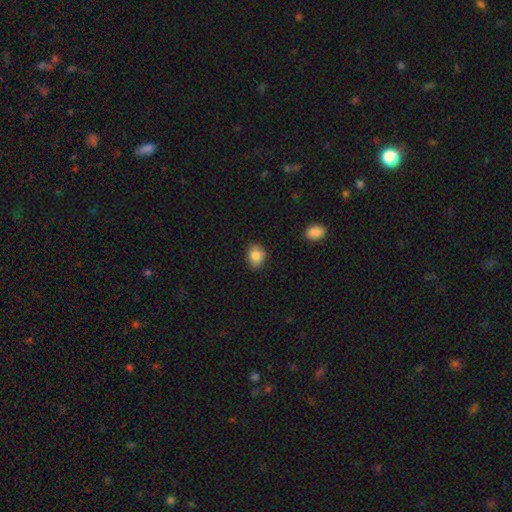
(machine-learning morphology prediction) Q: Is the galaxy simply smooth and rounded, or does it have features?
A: smooth — 84%.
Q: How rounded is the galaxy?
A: in between — 51%.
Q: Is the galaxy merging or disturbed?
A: none — 80%.